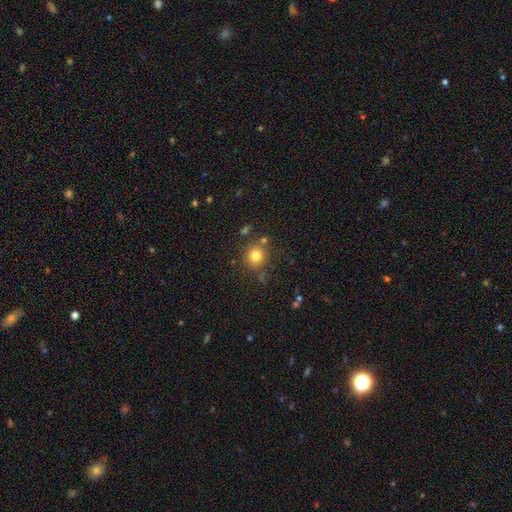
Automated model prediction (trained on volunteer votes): smooth_or_featured: smooth (p=0.79) [alt: star or artifact p=0.14]
how_rounded: round (p=0.89) [alt: in between p=0.10]
merging: none (p=0.80) [alt: minor disturbance p=0.10]